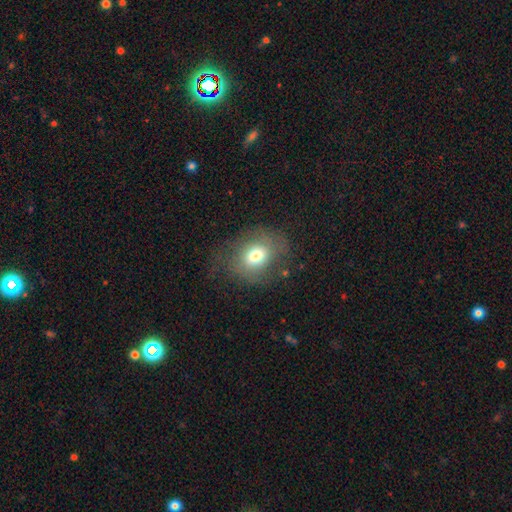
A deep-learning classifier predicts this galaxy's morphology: Overall: smooth (70%). How rounded: round (54%; in between 45%). Merging: none (60%; minor disturbance 22%).